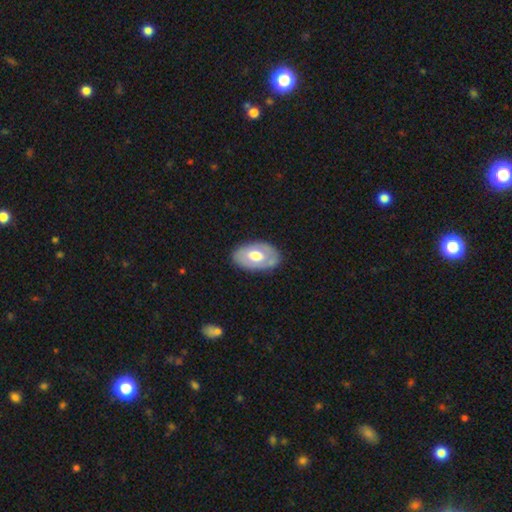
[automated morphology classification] Smooth or featured?
  - smooth: 53% *
  - featured or disk: 42%
  - star or artifact: 5%
How rounded?
  - in between: 91% *
  - round: 8%
  - cigar-shaped: 1%
Merging?
  - none: 79% *
  - minor disturbance: 15%
  - major disturbance: 4%
  - merger: 2%